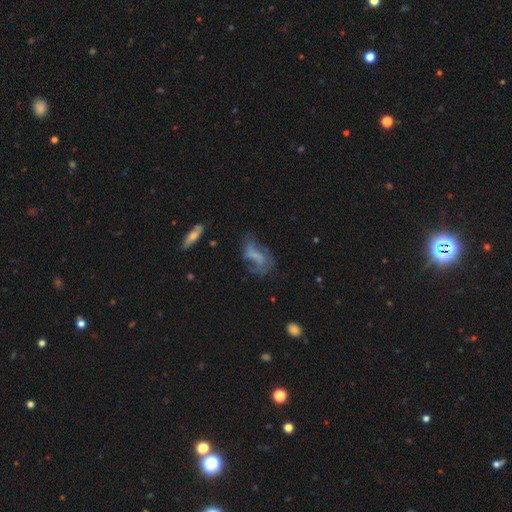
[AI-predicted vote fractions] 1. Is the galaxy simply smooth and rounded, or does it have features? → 56% featured or disk, 31% smooth, 13% star or artifact.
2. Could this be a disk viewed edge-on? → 93% no, 7% yes.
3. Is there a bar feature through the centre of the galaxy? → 57% no, 29% weak, 14% strong.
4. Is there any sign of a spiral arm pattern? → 50% yes (tied), 50% no (tied).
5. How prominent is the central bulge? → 62% none, 20% small, 13% moderate, 4% large, 1% dominant.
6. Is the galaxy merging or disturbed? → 41% none, 29% major disturbance, 22% minor disturbance, 7% merger.